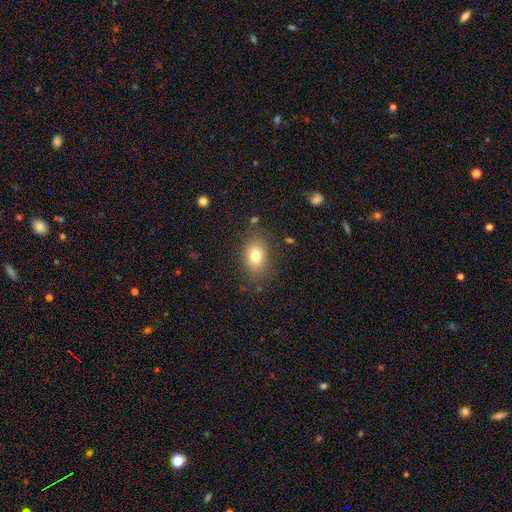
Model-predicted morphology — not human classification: Q: Smooth or featured?
A: smooth (77%); runner-up: featured or disk (12%)
Q: How rounded?
A: in between (71%); runner-up: round (27%)
Q: Merging?
A: none (81%); runner-up: minor disturbance (13%)